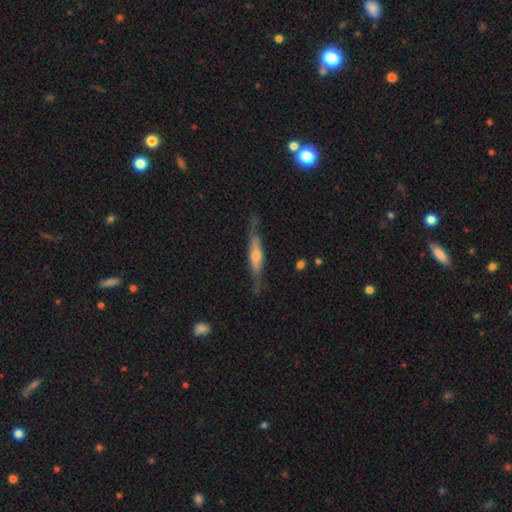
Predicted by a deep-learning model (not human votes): Smooth or featured: featured or disk — 71% (smooth — 22%)
Edge-on disk: yes — 88% (no — 12%)
Edge-on bulge: rounded — 66% (none — 17%)
Merging: none — 77% (minor disturbance — 16%)